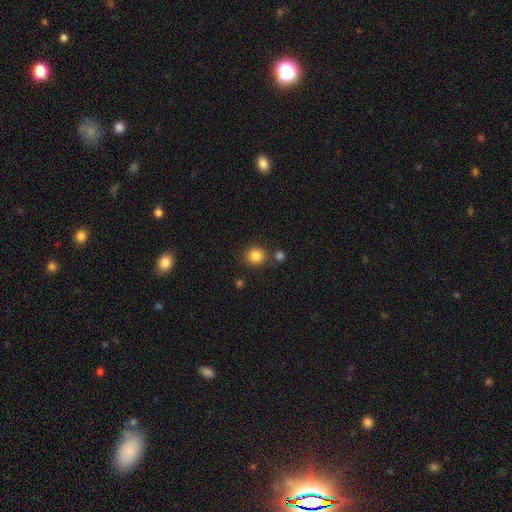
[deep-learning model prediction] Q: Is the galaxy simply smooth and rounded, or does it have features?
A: smooth — 85%.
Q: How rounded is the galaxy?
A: round — 82%.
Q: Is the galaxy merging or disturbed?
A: none — 78%.